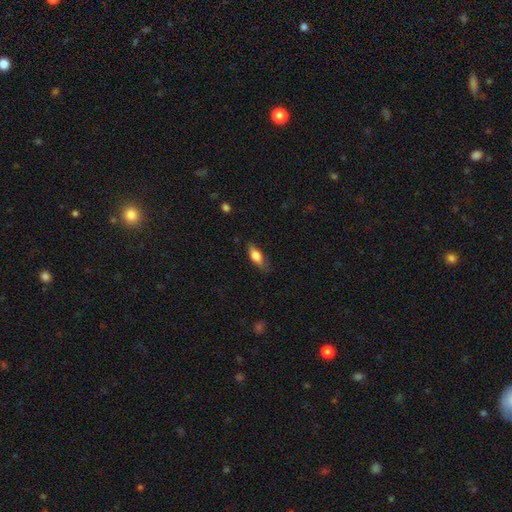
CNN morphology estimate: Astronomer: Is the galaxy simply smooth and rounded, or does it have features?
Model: smooth — 73%.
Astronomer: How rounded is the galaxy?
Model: in between — 75%.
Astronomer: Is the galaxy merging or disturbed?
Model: none — 71%.